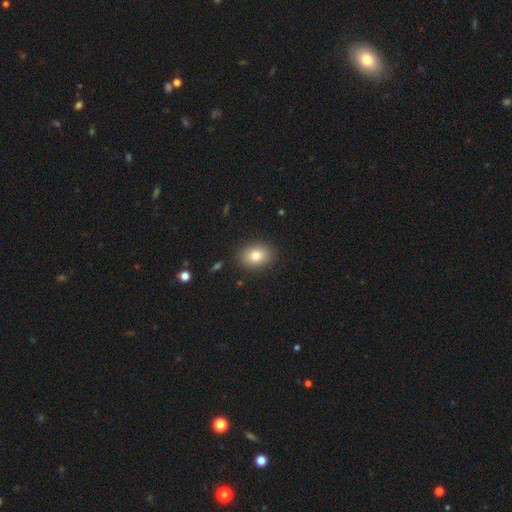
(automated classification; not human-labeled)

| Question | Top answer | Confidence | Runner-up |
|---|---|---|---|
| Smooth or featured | smooth | 81% | featured or disk (10%) |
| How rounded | in between | 73% | round (26%) |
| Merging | none | 88% | minor disturbance (8%) |